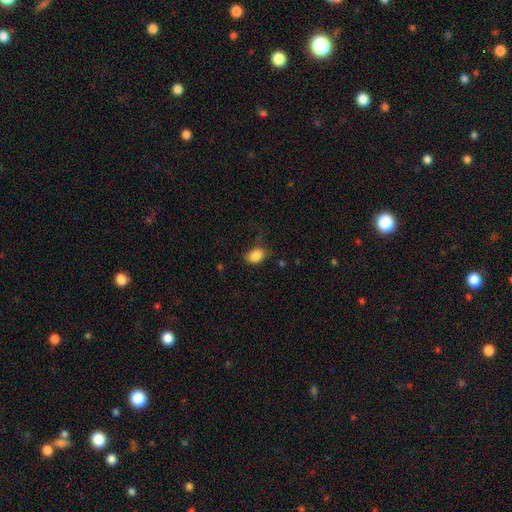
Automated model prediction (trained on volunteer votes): Smooth or featured?
  - smooth: 86% *
  - star or artifact: 9%
  - featured or disk: 5%
How rounded?
  - in between: 75% *
  - round: 24%
  - cigar-shaped: 1%
Merging?
  - none: 62% *
  - minor disturbance: 27%
  - major disturbance: 9%
  - merger: 2%